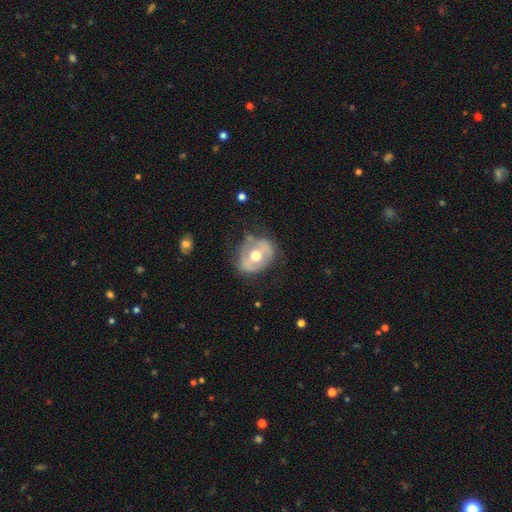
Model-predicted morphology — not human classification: smooth_or_featured: featured or disk (p=0.57) [alt: smooth p=0.37]
disk_edge_on: no (p=0.95) [alt: yes p=0.05]
bar: no (p=0.56) [alt: weak p=0.28]
has_spiral_arms: no (p=0.69) [alt: yes p=0.31]
bulge_size: moderate (p=0.78) [alt: large p=0.11]
merging: none (p=0.65) [alt: minor disturbance p=0.23]